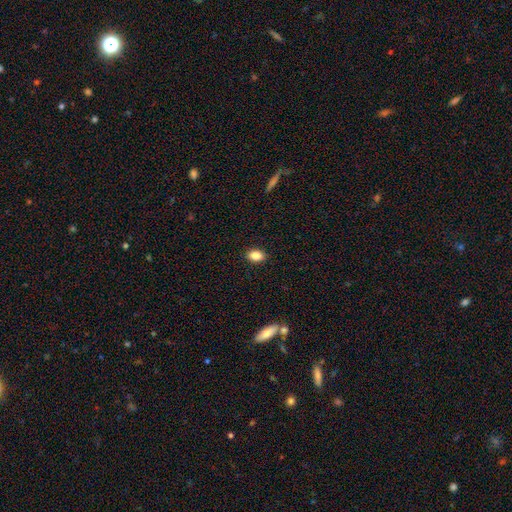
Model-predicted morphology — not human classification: This appears to be a smooth galaxy with no disk features (86%) that is in between round and cigar-shaped (81%). Merging: none (89%).